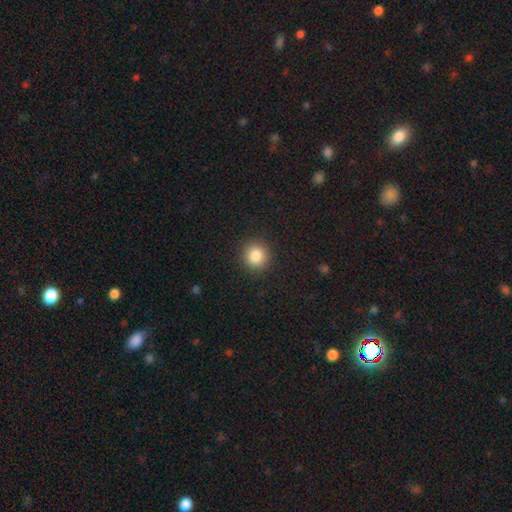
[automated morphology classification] Q: Smooth or featured?
A: smooth (84%); runner-up: star or artifact (10%)
Q: How rounded?
A: round (93%); runner-up: in between (6%)
Q: Merging?
A: none (92%); runner-up: minor disturbance (6%)